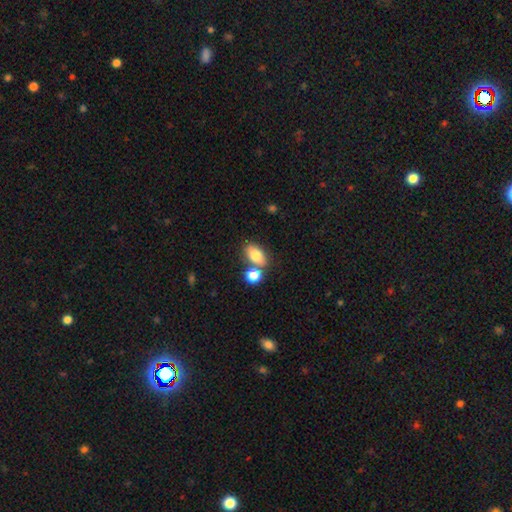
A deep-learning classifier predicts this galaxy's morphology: smooth_or_featured: smooth (p=0.80) [alt: featured or disk p=0.11]
how_rounded: in between (p=0.84) [alt: round p=0.13]
merging: none (p=0.56) [alt: merger p=0.29]